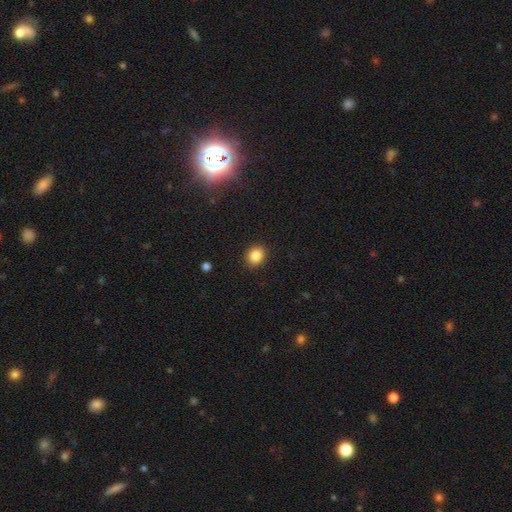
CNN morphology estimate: smooth_or_featured: smooth (p=0.86) [alt: star or artifact p=0.10]
how_rounded: round (p=0.64) [alt: in between p=0.35]
merging: none (p=0.89) [alt: minor disturbance p=0.07]